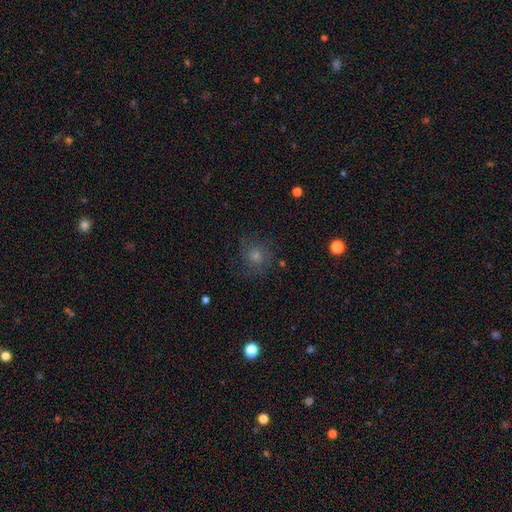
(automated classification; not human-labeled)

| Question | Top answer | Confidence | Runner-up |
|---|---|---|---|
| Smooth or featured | smooth | 41% | featured or disk (32%) |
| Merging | none | 77% | minor disturbance (14%) |